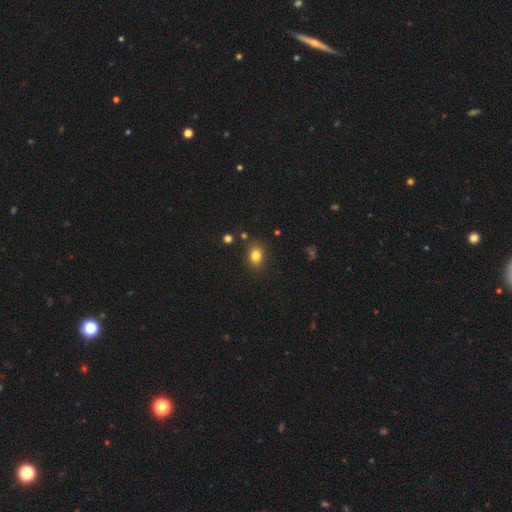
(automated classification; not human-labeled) smooth 81%, star or artifact 12%, featured or disk 7%. Down the decision tree: how rounded — in between (60%); merging — none (83%).